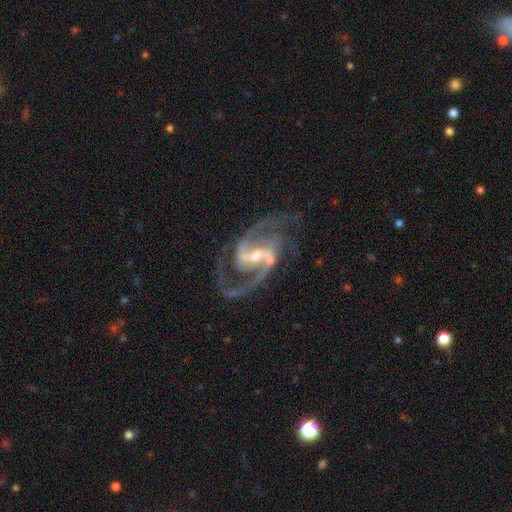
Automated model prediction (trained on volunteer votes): Morphology: type=featured or disk (93%); edge-on=no (98%); bar=strong (47%); spiral arms=yes (98%); winding=medium (67%); arm count=2 (90%); bulge=moderate (48%); merging=none (71%).